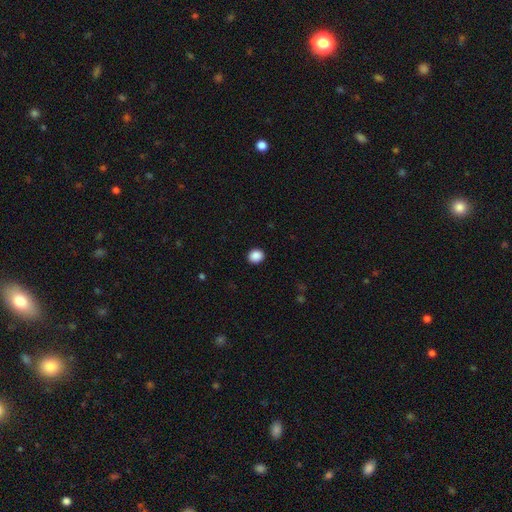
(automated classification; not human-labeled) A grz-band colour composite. It shows a smooth galaxy with no disk features (89%) that is round (73%). Merging: none (92%).